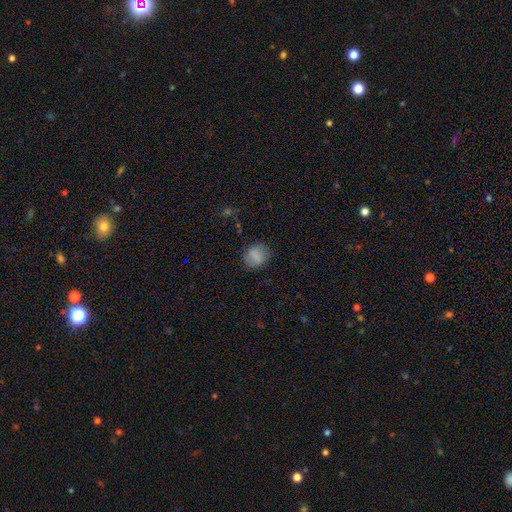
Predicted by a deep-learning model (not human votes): Smooth or featured: smooth — 77% (featured or disk — 14%)
How rounded: round — 61% (in between — 38%)
Merging: none — 81% (minor disturbance — 13%)